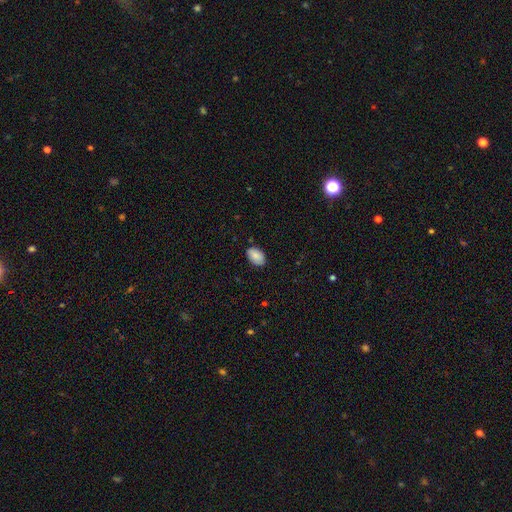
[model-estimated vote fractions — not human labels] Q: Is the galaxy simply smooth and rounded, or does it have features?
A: smooth — 86%.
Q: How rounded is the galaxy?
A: in between — 91%.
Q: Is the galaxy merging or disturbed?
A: none — 83%.